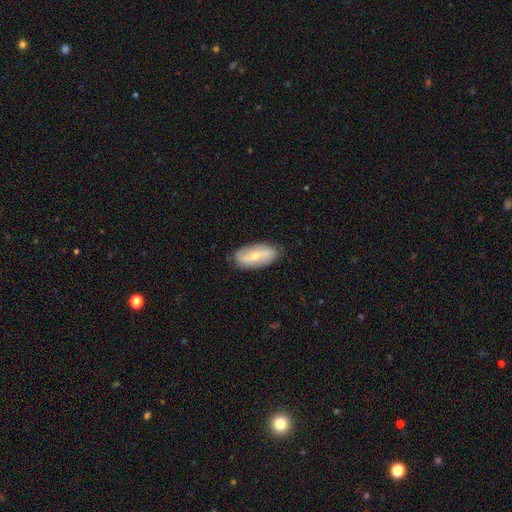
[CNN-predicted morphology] This appears to be a featured or disk galaxy (57%) with no bar (41%), spiral arms (75%) and a small central bulge (59%). Merging: none (80%).